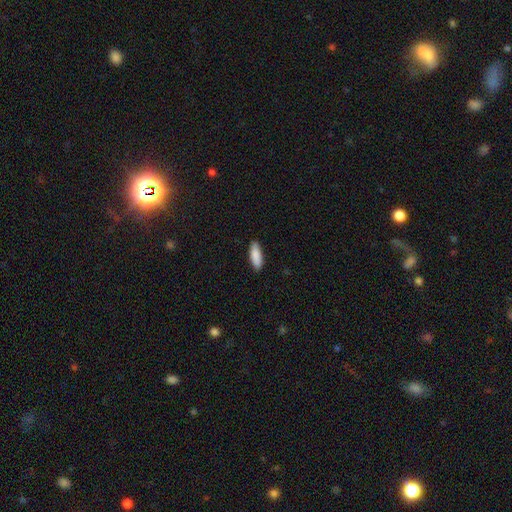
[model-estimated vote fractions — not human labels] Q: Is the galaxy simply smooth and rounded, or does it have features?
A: smooth — 89%.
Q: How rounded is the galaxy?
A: in between — 57%.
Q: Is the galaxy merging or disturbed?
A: none — 89%.